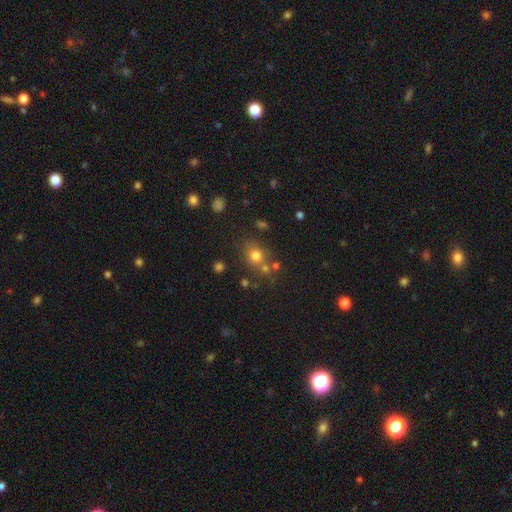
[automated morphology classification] Smooth or featured: smooth — 73% (star or artifact — 17%)
How rounded: round — 65% (in between — 34%)
Merging: none — 65% (merger — 16%)